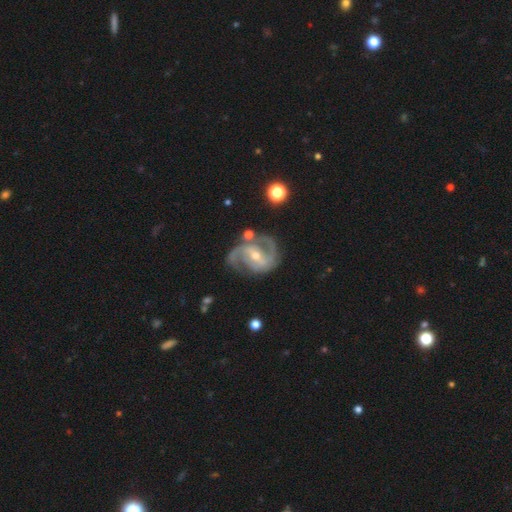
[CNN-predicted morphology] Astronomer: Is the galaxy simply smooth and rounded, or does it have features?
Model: featured or disk — 91%.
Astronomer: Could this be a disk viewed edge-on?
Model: no — 98%.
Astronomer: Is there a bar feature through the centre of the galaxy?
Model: weak — 41% (runner-up: strong, 37%).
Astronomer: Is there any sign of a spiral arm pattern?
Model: yes — 98%.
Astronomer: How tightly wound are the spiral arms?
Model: medium — 57%.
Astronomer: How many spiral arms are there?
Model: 2 — 86%.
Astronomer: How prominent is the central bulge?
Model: small — 53% (runner-up: moderate, 44%).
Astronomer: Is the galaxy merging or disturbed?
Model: none — 71%.